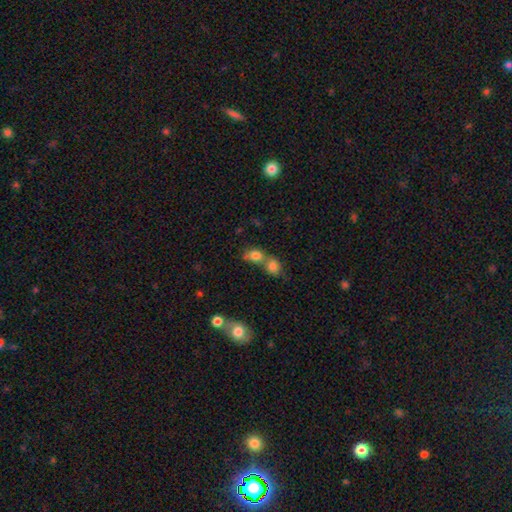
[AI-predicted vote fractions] Smooth or featured? Predicted: smooth (p=0.79). How rounded? Predicted: round (p=0.54). Merging? Predicted: merger (p=0.57).